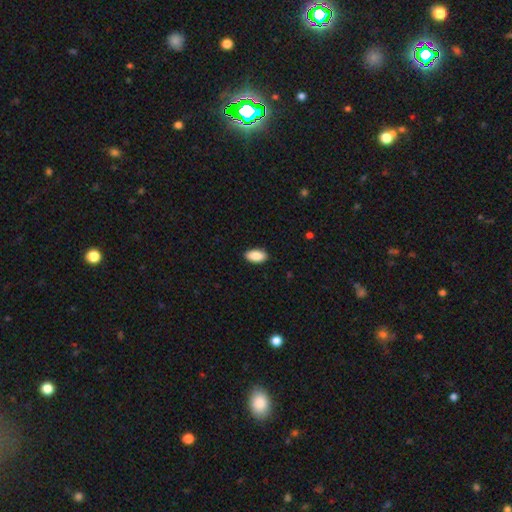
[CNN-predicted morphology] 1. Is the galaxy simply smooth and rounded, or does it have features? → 89% smooth, 6% star or artifact, 4% featured or disk.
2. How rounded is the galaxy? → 94% in between, 3% cigar-shaped, 3% round.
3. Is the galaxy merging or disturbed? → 90% none, 8% minor disturbance, 2% major disturbance, 1% merger.